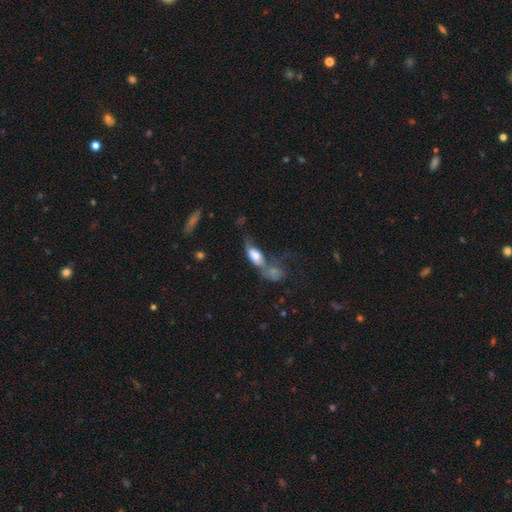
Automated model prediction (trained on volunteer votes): Smooth or featured?
  - smooth: 63% *
  - featured or disk: 28%
  - star or artifact: 9%
How rounded?
  - in between: 81% *
  - cigar-shaped: 14%
  - round: 5%
Merging?
  - merger: 50% *
  - major disturbance: 19%
  - none: 19%
  - minor disturbance: 13%